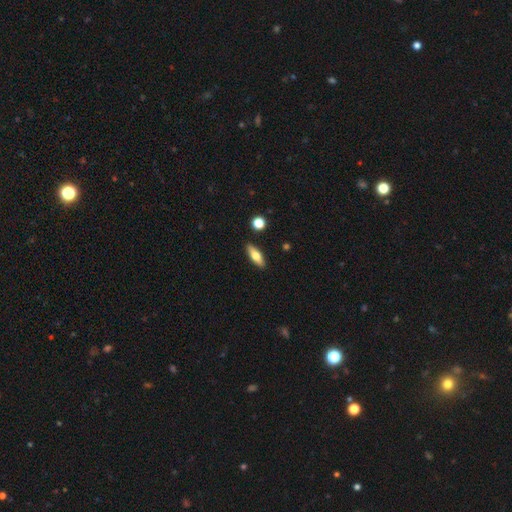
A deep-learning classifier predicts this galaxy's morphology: smooth 66%, featured or disk 28%, star or artifact 7%. Down the decision tree: how rounded — in between (61%); merging — none (88%).